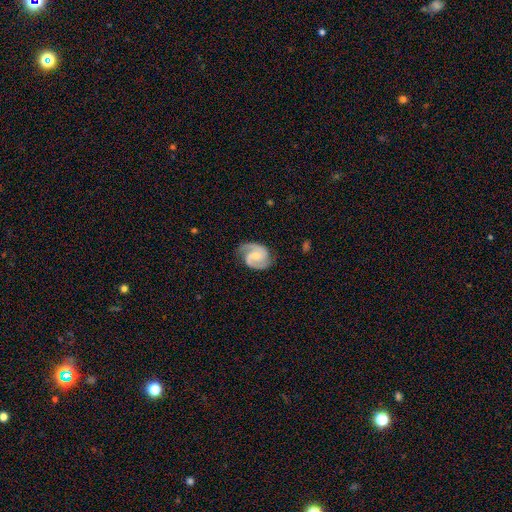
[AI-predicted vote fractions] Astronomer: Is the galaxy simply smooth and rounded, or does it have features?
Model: featured or disk — 89%.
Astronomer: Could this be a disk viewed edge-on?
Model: no — 98%.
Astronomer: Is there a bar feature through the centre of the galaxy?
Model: weak — 45% (runner-up: no, 43%).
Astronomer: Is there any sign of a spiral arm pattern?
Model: yes — 98%.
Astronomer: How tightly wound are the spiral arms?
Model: medium — 53% (runner-up: tight, 34%).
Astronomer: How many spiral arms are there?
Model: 2 — 92%.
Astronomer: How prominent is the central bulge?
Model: small — 47% (runner-up: moderate, 34%).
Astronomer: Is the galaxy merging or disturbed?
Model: none — 77%.